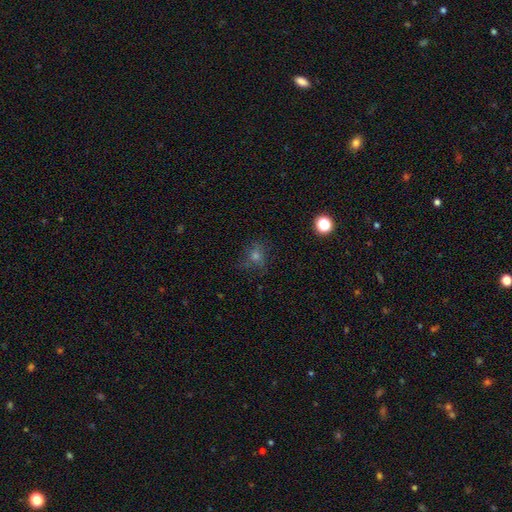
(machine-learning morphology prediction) Smooth or featured? Predicted: smooth (p=0.49). Merging? Predicted: none (p=0.69).